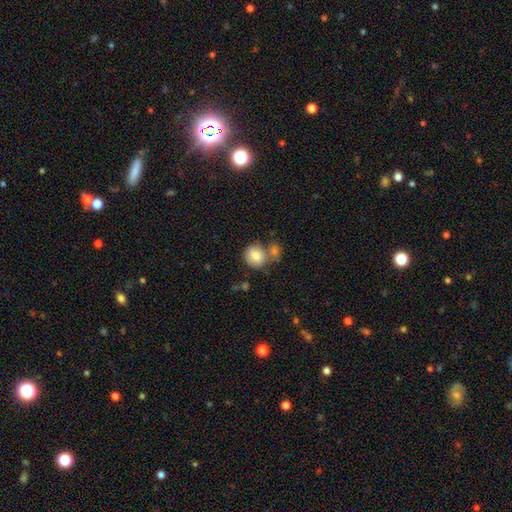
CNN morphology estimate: Smooth or featured: smooth — 81% (featured or disk — 11%)
How rounded: round — 79% (in between — 20%)
Merging: none — 55% (merger — 28%)